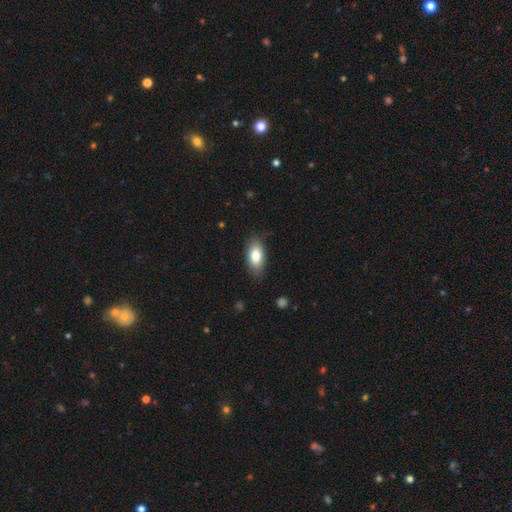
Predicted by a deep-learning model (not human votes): Overall: smooth (81%). How rounded: in between (89%). Merging: none (81%).